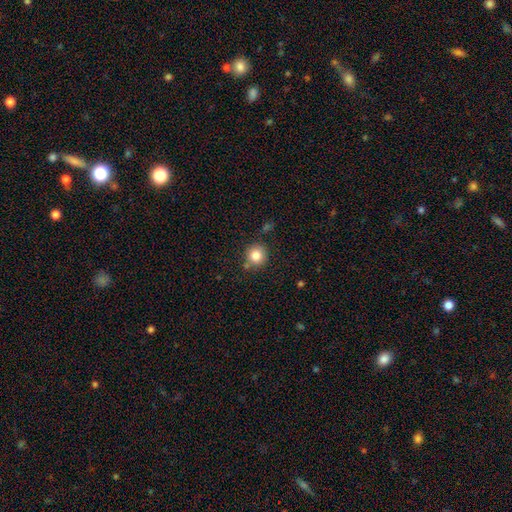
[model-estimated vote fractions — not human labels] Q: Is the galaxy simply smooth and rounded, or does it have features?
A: smooth — 83%.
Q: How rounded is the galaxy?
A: round — 91%.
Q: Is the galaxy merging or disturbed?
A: none — 79%.